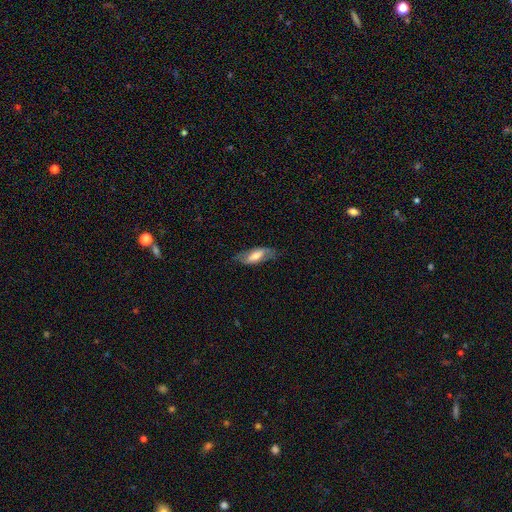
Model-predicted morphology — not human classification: Smooth or featured?
  - featured or disk: 47% *
  - smooth: 46%
  - star or artifact: 7%
Merging?
  - none: 68% *
  - minor disturbance: 22%
  - major disturbance: 9%
  - merger: 1%